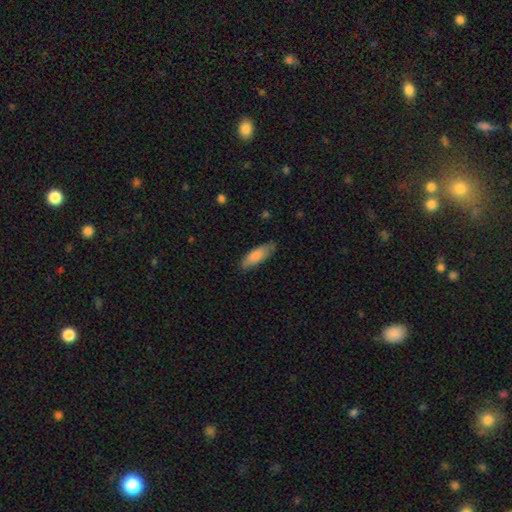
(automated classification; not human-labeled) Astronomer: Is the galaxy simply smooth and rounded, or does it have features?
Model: smooth — 84%.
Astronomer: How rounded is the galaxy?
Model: in between — 64%.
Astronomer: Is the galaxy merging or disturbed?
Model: none — 80%.